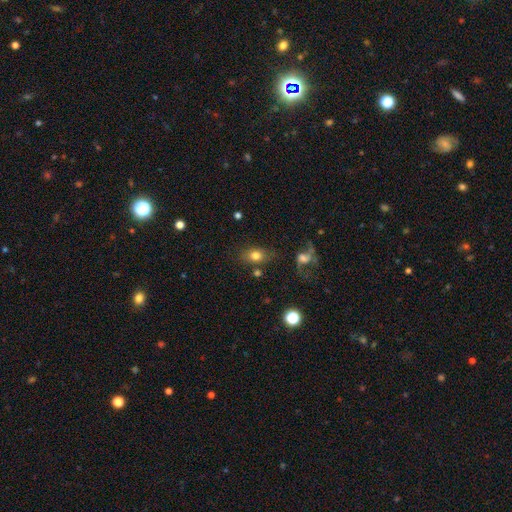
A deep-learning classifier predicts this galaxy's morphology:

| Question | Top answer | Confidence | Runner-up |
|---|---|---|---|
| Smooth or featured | smooth | 77% | star or artifact (12%) |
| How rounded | in between | 71% | round (27%) |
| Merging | none | 72% | minor disturbance (15%) |